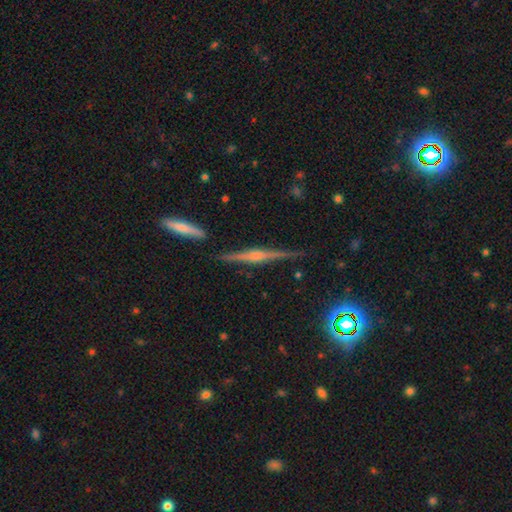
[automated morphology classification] Smooth or featured: featured or disk — 80% (smooth — 11%)
Edge-on disk: yes — 98% (no — 2%)
Edge-on bulge: rounded — 80% (boxy — 12%)
Merging: none — 86% (minor disturbance — 9%)